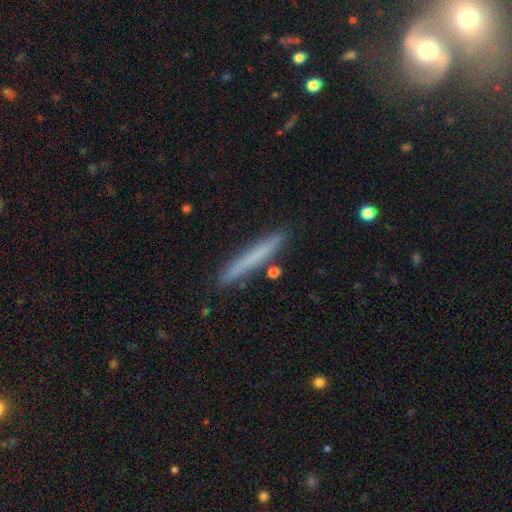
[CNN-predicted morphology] Smooth or featured? smooth (67%)
How rounded? cigar-shaped (96%)
Merging? none (87%)